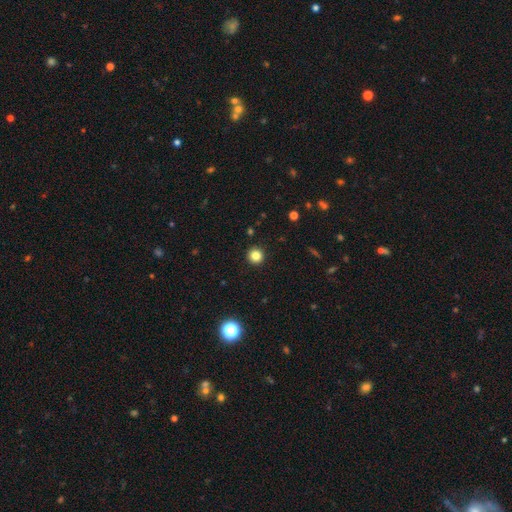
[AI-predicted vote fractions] Q: Smooth or featured?
A: smooth (84%); runner-up: star or artifact (12%)
Q: How rounded?
A: round (95%); runner-up: in between (4%)
Q: Merging?
A: none (93%); runner-up: minor disturbance (4%)